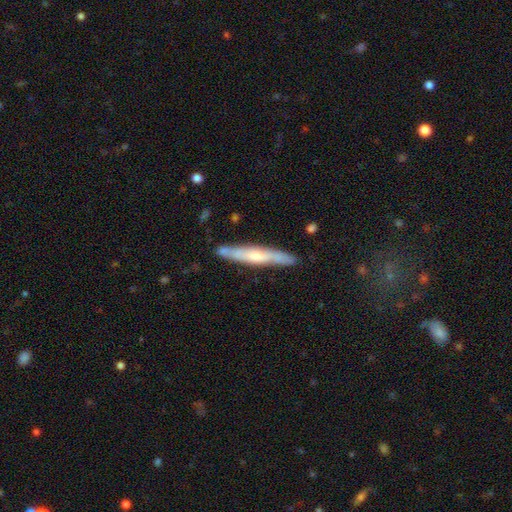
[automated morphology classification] Smooth or featured? Predicted: featured or disk (p=0.54). Edge-on disk? Predicted: yes (p=0.87). Merging? Predicted: none (p=0.84).